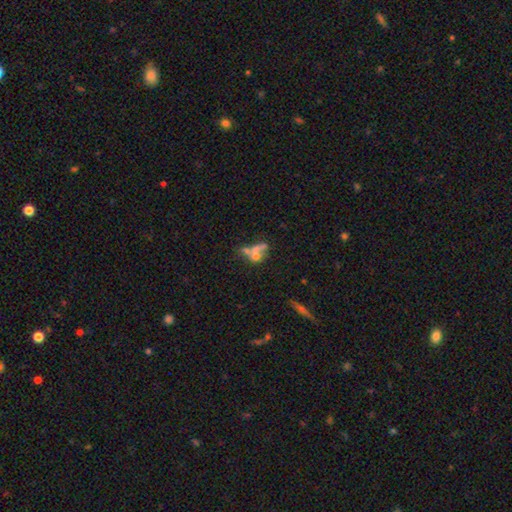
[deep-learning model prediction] Morphology: type=smooth (45%); merging=merger (51%).